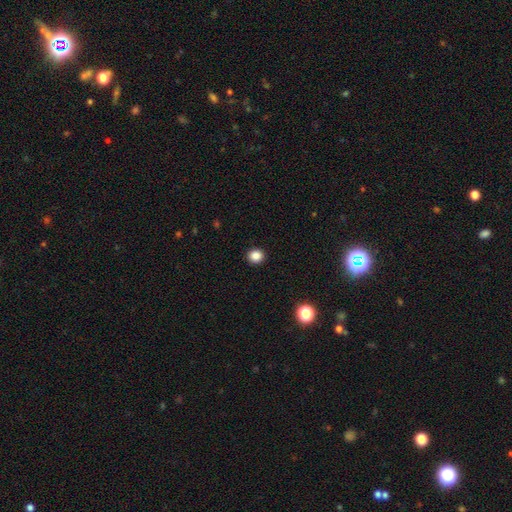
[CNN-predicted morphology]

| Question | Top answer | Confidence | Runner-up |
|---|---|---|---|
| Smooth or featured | smooth | 86% | star or artifact (11%) |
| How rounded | round | 86% | in between (14%) |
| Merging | none | 93% | minor disturbance (4%) |